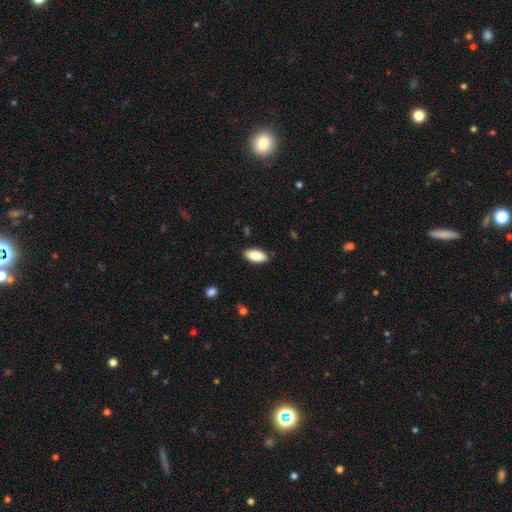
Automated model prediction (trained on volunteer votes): Morphology: type=smooth (87%); roundness=in between (91%); merging=none (87%).